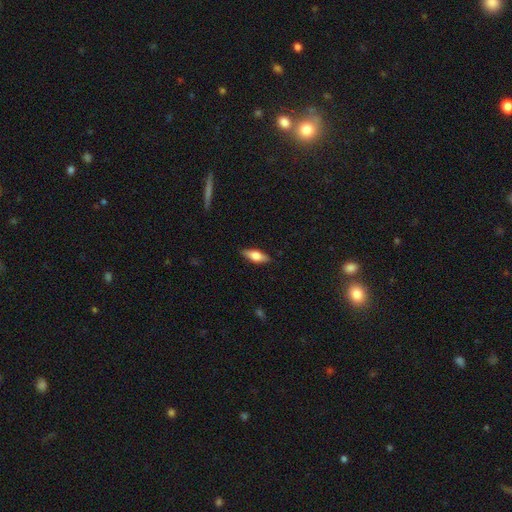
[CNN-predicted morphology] Smooth or featured?
  - smooth: 70% *
  - featured or disk: 24%
  - star or artifact: 6%
How rounded?
  - in between: 71% *
  - cigar-shaped: 27%
  - round: 3%
Merging?
  - none: 85% *
  - minor disturbance: 11%
  - major disturbance: 2%
  - merger: 1%